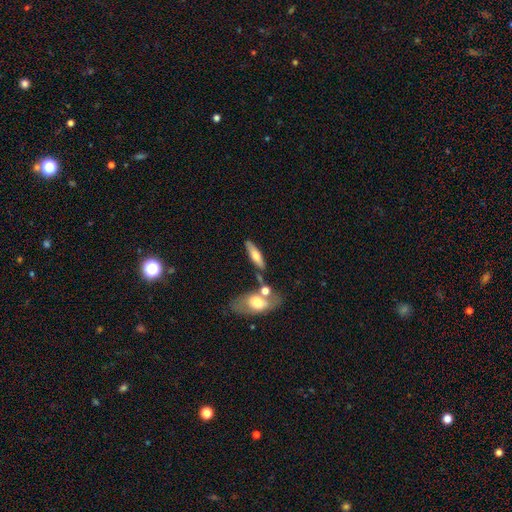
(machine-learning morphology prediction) Smooth or featured: smooth — 59% (featured or disk — 34%)
How rounded: cigar-shaped — 57% (in between — 40%)
Merging: none — 70% (minor disturbance — 13%)